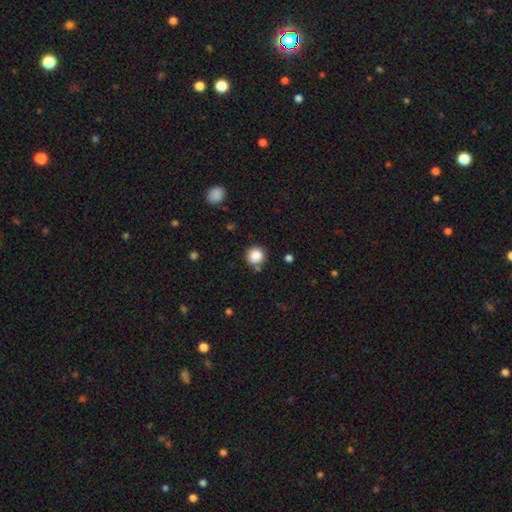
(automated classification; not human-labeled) Smooth or featured? smooth (86%)
How rounded? round (91%)
Merging? none (78%)